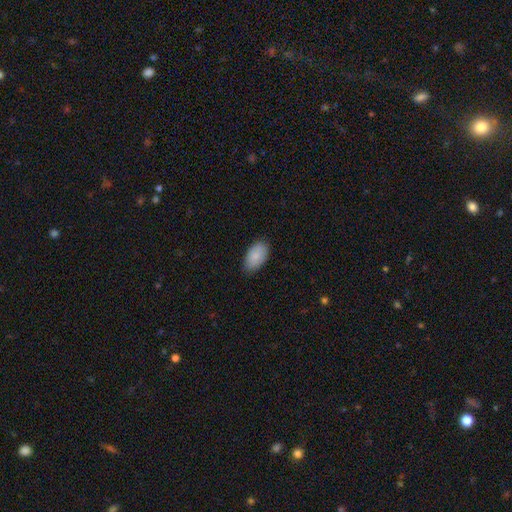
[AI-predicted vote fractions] smooth_or_featured: smooth (p=0.88) [alt: featured or disk p=0.06]
how_rounded: in between (p=0.95) [alt: round p=0.03]
merging: none (p=0.82) [alt: minor disturbance p=0.15]